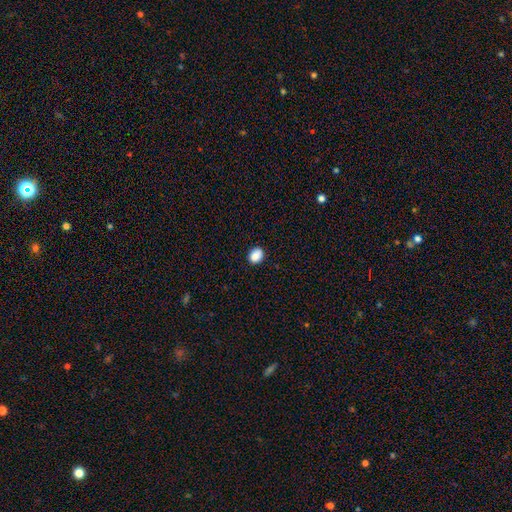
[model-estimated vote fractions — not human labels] Smooth or featured? smooth (88%)
How rounded? in between (51%)
Merging? none (88%)